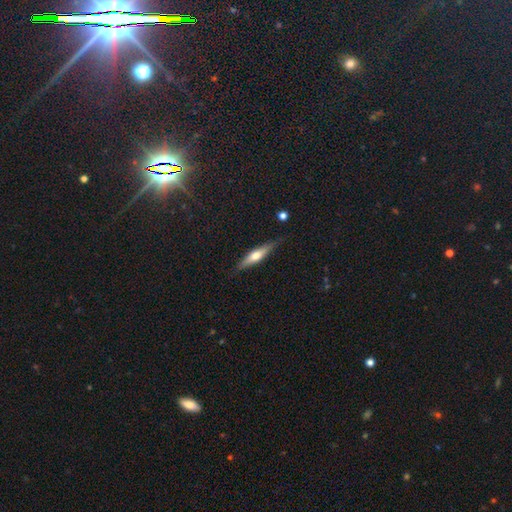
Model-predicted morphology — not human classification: This appears to be a featured or disk galaxy (52%) viewed edge-on (94%). Merging: none (81%).